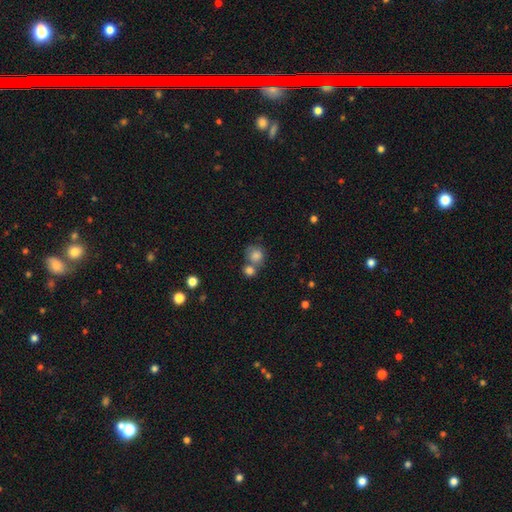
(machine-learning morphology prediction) The model was most divided on "merging": merger: 44%, none: 39%, minor disturbance: 11%, major disturbance: 6%. More confident: how rounded — round (81%); smooth or featured — smooth (81%).